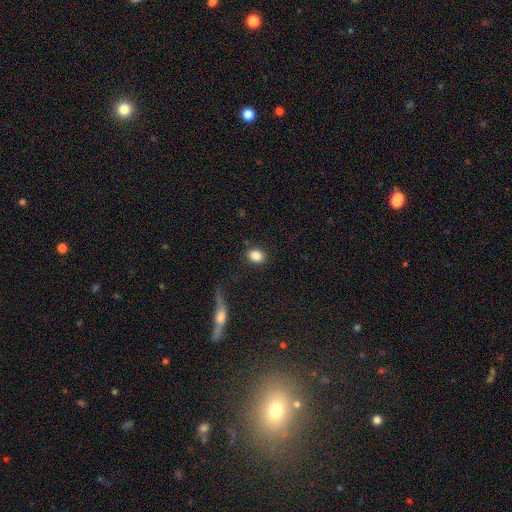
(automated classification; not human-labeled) Smooth or featured? smooth (86%)
How rounded? in between (59%)
Merging? none (86%)